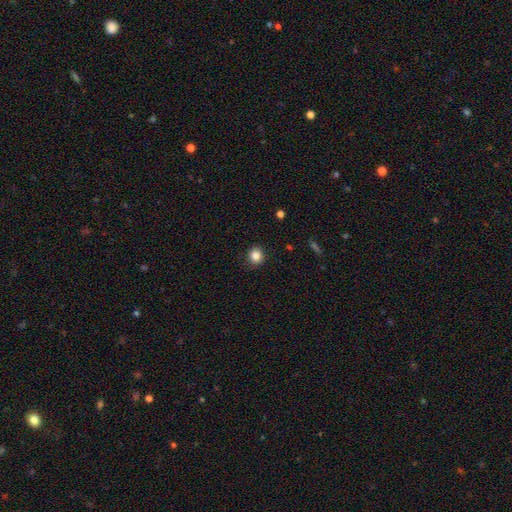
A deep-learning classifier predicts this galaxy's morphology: This appears to be a smooth galaxy with no disk features (84%) that is round (87%). Merging: none (89%).